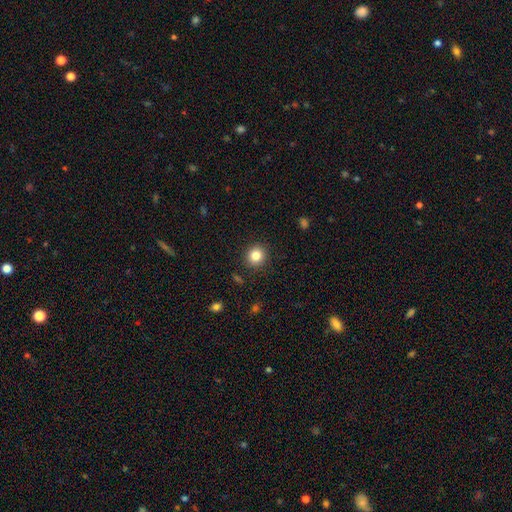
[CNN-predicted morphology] This appears to be a smooth galaxy with no disk features (83%) that is round (87%). Merging: none (90%).